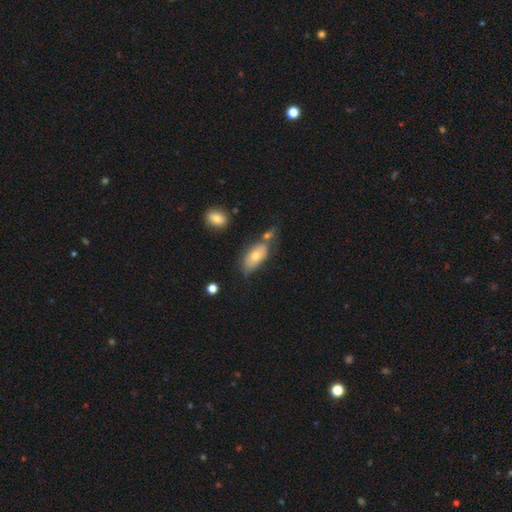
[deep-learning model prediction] This is likely a smooth galaxy (68%). How rounded: clearly in between (88%). Merging: possibly none (50%).